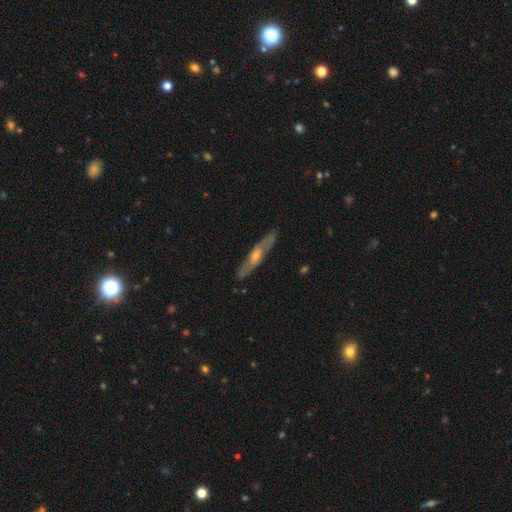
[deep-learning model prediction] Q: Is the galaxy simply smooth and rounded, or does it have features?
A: featured or disk — 65%.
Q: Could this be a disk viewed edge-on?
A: yes — 64%.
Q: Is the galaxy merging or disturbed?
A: none — 83%.